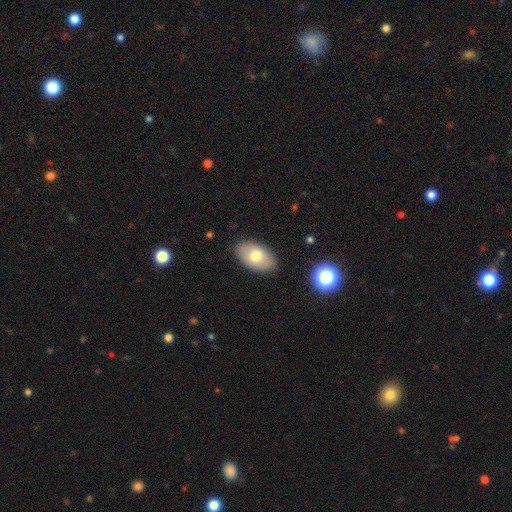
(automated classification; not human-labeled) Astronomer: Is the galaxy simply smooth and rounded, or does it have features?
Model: smooth — 71%.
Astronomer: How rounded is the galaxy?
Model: in between — 93%.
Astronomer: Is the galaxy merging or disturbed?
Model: none — 86%.